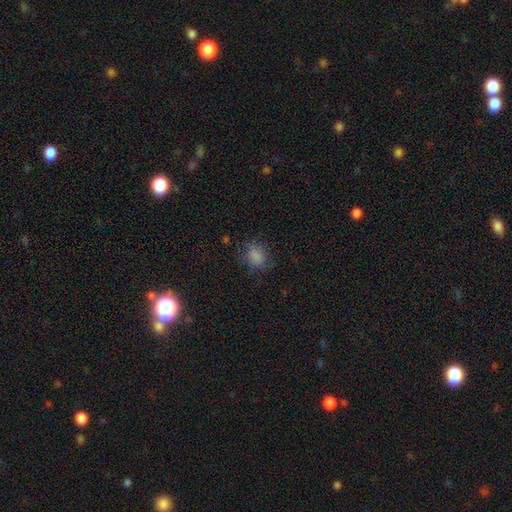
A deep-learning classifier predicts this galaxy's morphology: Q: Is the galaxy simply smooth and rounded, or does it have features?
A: smooth — 77%.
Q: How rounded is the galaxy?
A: in between — 64%.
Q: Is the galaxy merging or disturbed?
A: none — 65%.